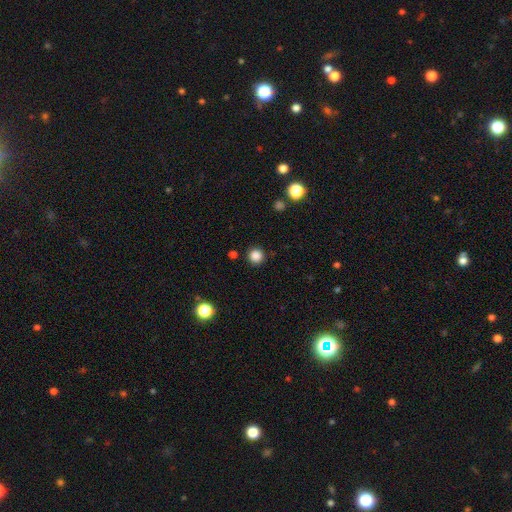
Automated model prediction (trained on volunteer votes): A smooth galaxy with no disk features (85%) that is round (95%).

Vote fractions:
- Smooth or featured? smooth: 85% / star or artifact: 12% / featured or disk: 3%
- How rounded? round: 95% / in between: 4% / cigar-shaped: 1%
- Merging? none: 90% / minor disturbance: 6% / major disturbance: 2% / merger: 2%